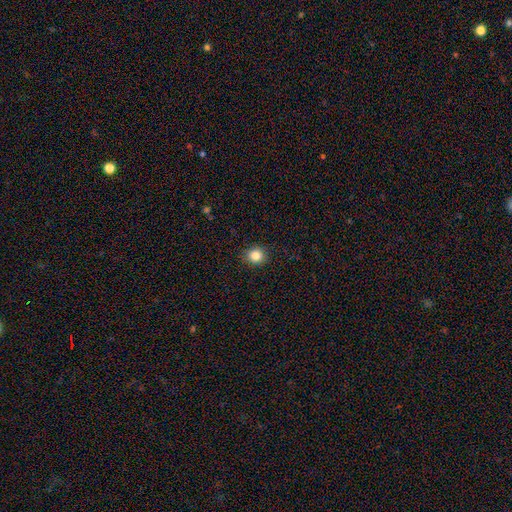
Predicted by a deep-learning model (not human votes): Overall: smooth (84%). How rounded: round (86%). Merging: none (91%).